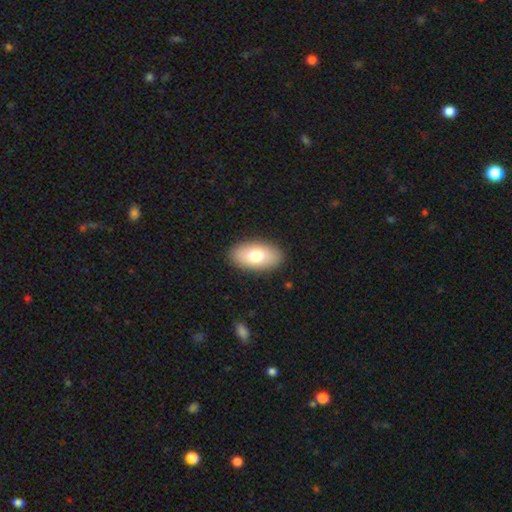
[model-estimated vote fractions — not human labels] This is likely a smooth galaxy (77%). How rounded: clearly in between (94%). Merging: clearly none (89%).